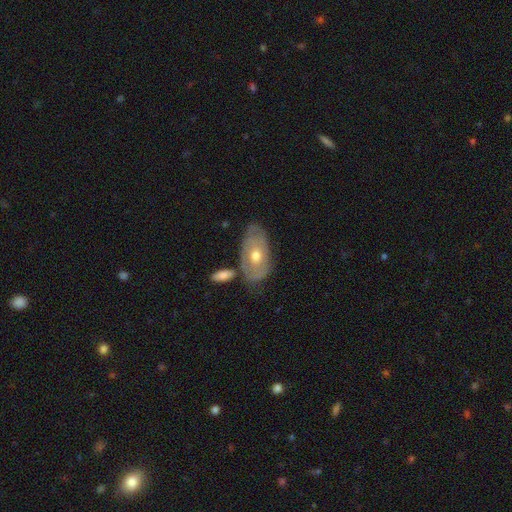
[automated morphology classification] Smooth or featured? Predicted: featured or disk (p=0.57). Edge-on disk? Predicted: no (p=0.88). Bar? Predicted: no (p=0.84). Spiral arms? Predicted: no (p=0.51). Bulge size? Predicted: moderate (p=0.73). Merging? Predicted: none (p=0.65).